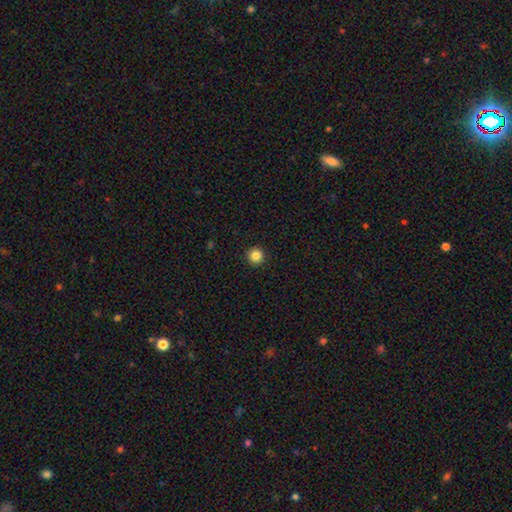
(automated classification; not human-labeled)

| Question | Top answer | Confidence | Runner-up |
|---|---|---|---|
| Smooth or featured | smooth | 84% | star or artifact (12%) |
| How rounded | round | 96% | in between (3%) |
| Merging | none | 94% | minor disturbance (4%) |